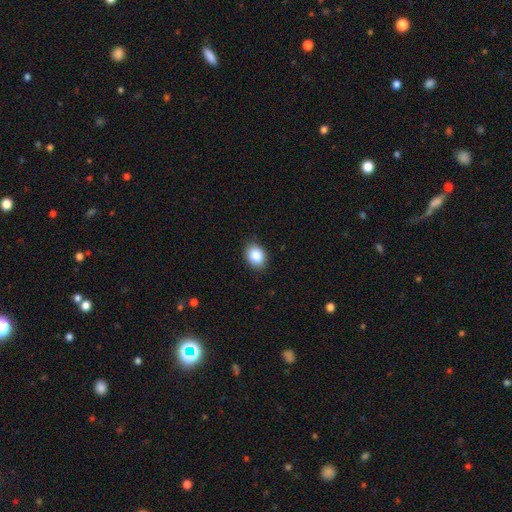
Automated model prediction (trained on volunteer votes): This appears to be a smooth galaxy with no disk features (85%) that is in between round and cigar-shaped (59%). Merging: none (87%).